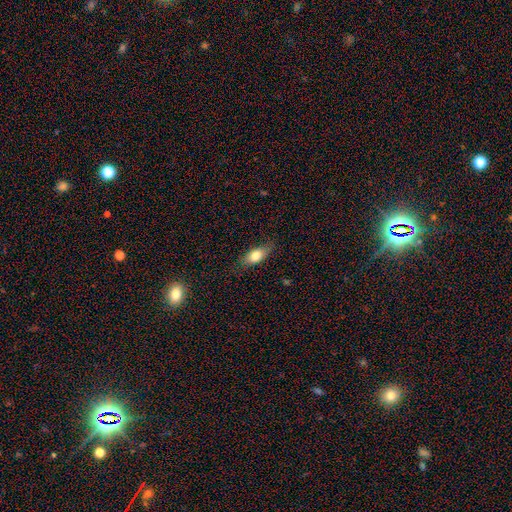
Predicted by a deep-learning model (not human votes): Overall: smooth (76%). How rounded: in between (81%). Merging: none (79%).